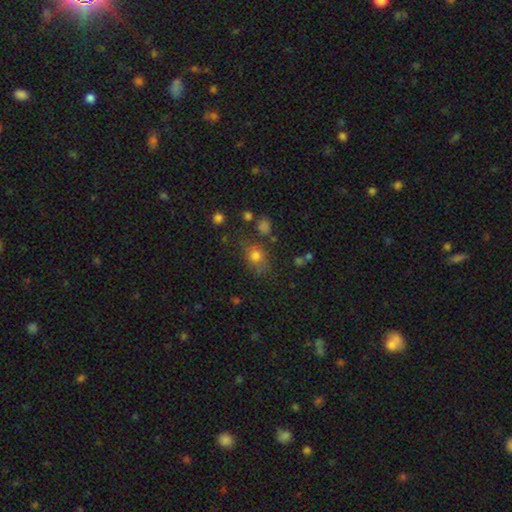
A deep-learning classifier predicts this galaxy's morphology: Smooth or featured? Predicted: smooth (p=0.74). How rounded? Predicted: round (p=0.57). Merging? Predicted: none (p=0.62).